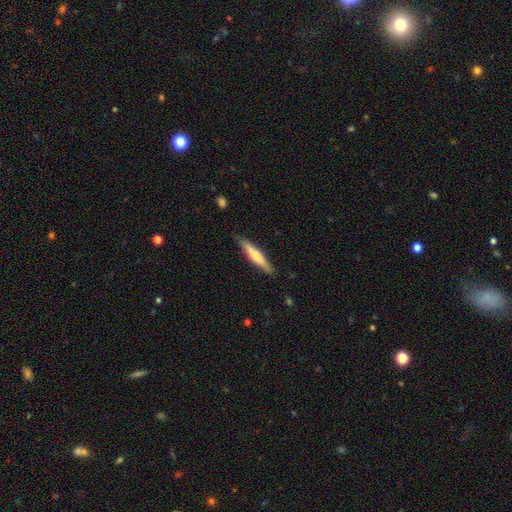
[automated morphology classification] type=smooth (56%); roundness=cigar-shaped (89%); merging=none (85%).